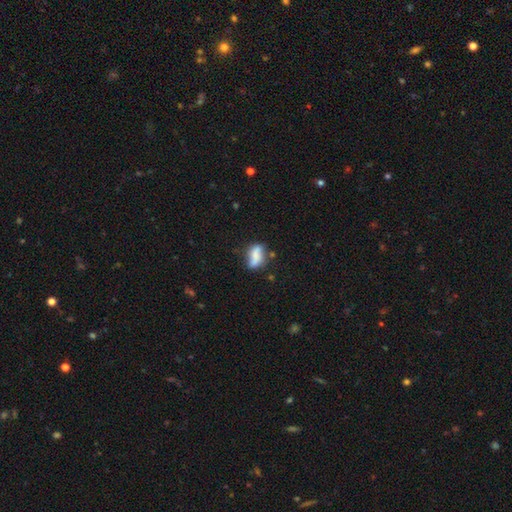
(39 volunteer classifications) Smooth or featured: featured or disk — 56% (smooth — 41%)
Edge-on disk: no — 68% (yes — 32%)
Bar: no — 60% (strong — 20%)
Spiral arms: yes — 73% (no — 27%)
Spiral winding: loose — 91% (medium — 9%)
Spiral arm count: 2 — 91% (1 — 9%)
Bulge size: none — 53% (moderate — 27%)
Merging: none — 58% (minor disturbance — 21%)